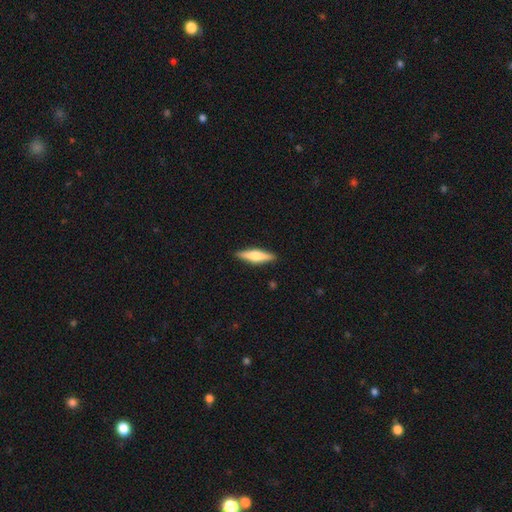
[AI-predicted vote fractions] smooth-or-featured: smooth: 47% (tied) | featured or disk: 47% (tied) | star or artifact: 6%
  merging: none: 90% | minor disturbance: 7% | major disturbance: 2% | merger: 1%